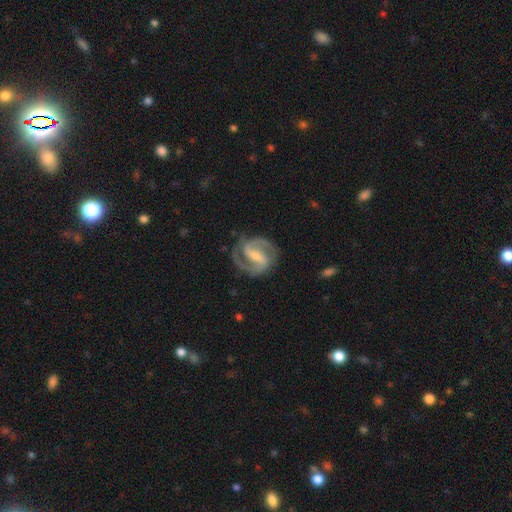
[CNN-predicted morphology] smooth_or_featured: featured or disk (p=0.91) [alt: smooth p=0.05]
disk_edge_on: no (p=0.98) [alt: yes p=0.02]
bar: strong (p=0.61) [alt: weak p=0.31]
has_spiral_arms: yes (p=0.97) [alt: no p=0.03]
spiral_winding: medium (p=0.56) [alt: tight p=0.34]
spiral_arm_count: 2 (p=0.92) [alt: can't tell p=0.02]
bulge_size: small (p=0.46) [alt: moderate p=0.34]
merging: none (p=0.81) [alt: minor disturbance p=0.13]